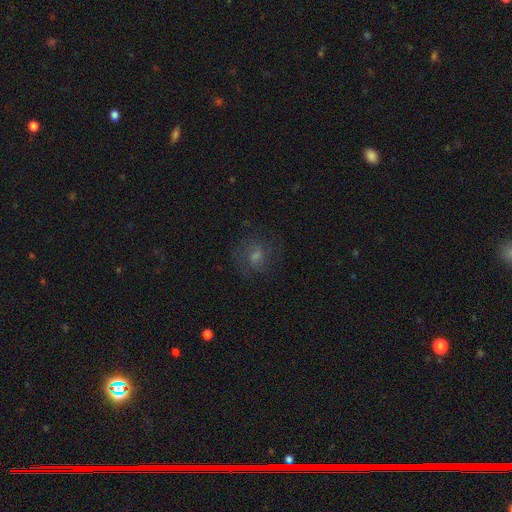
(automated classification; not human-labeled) A smooth galaxy with no disk features (45%). Merging: none (76%).